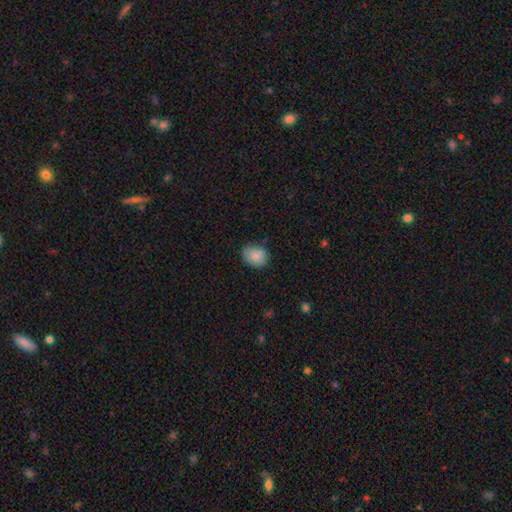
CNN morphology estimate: Smooth or featured?
  - smooth: 85% *
  - star or artifact: 8%
  - featured or disk: 7%
How rounded?
  - in between: 52% *
  - round: 47%
  - cigar-shaped: 1%
Merging?
  - none: 78% *
  - minor disturbance: 18%
  - major disturbance: 3%
  - merger: 1%